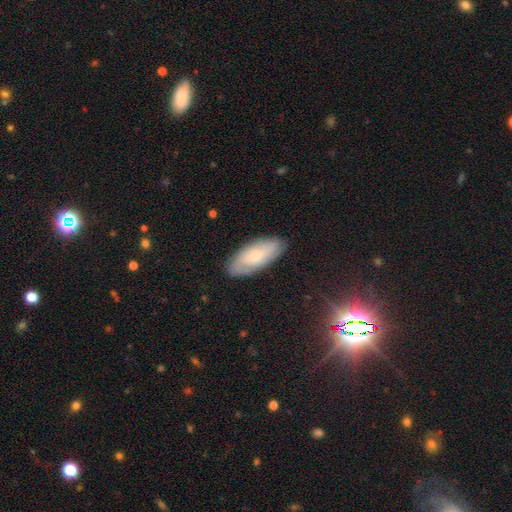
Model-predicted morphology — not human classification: Smooth or featured? Predicted: smooth (p=0.61). How rounded? Predicted: in between (p=0.81). Merging? Predicted: none (p=0.84).